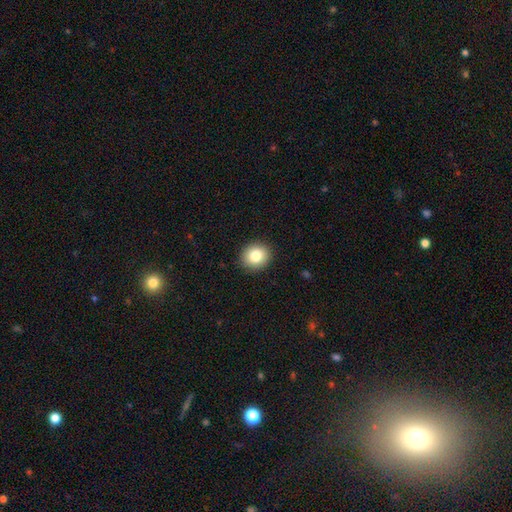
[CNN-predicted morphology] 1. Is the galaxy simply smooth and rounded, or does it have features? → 83% smooth, 9% star or artifact, 8% featured or disk.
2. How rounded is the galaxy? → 76% round, 23% in between, 1% cigar-shaped.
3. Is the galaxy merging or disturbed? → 90% none, 7% minor disturbance, 2% major disturbance, 1% merger.